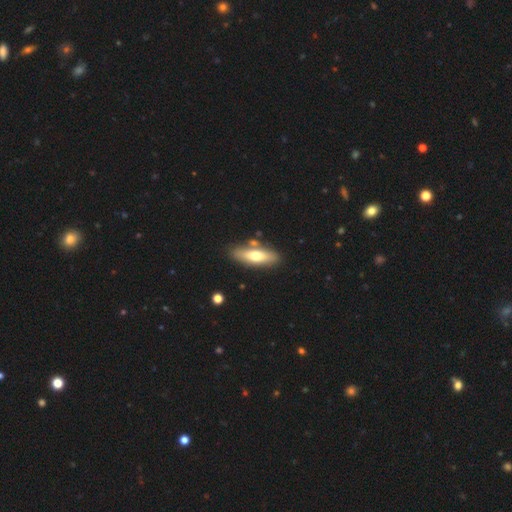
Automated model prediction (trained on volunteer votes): Smooth or featured?
  - smooth: 58% *
  - featured or disk: 37%
  - star or artifact: 6%
How rounded?
  - in between: 49% *
  - cigar-shaped: 48%
  - round: 2%
Merging?
  - none: 79% *
  - minor disturbance: 11%
  - merger: 7%
  - major disturbance: 3%